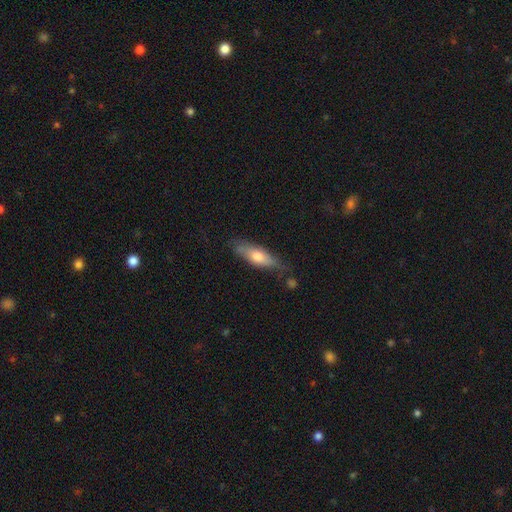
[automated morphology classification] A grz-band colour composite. It shows a smooth galaxy with no disk features (64%) that is in between round and cigar-shaped (52%). Merging: none (68%).